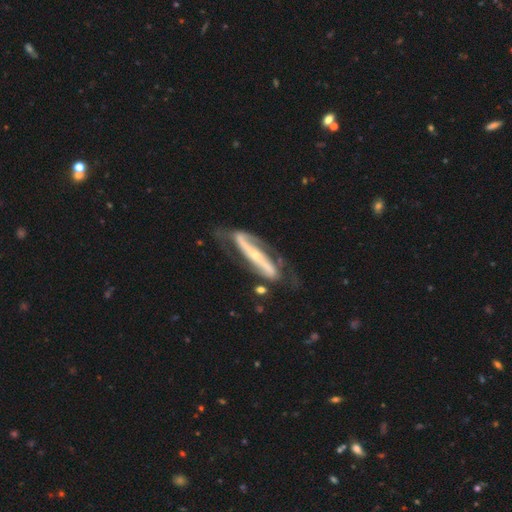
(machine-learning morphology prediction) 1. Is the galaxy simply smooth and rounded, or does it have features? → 87% featured or disk, 9% smooth, 5% star or artifact.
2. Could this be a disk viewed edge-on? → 74% no, 26% yes.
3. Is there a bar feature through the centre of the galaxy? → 65% strong, 21% no, 14% weak.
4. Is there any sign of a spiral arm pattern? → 91% yes, 9% no.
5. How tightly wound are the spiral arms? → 38% loose (tied), 38% medium (tied), 24% tight.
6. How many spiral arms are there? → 87% 2, 6% can't tell, 3% 1, 1% 3, 1% 4, 1% more than 4.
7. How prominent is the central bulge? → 72% small, 24% moderate, 2% large, 2% none, 1% dominant.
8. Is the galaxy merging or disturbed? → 61% none, 21% minor disturbance, 14% major disturbance, 3% merger.